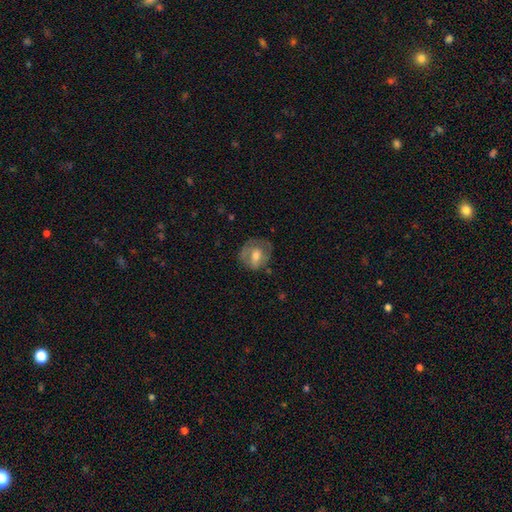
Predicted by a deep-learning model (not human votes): Q: Smooth or featured?
A: smooth (49%); runner-up: featured or disk (44%)
Q: Merging?
A: none (60%); runner-up: minor disturbance (24%)